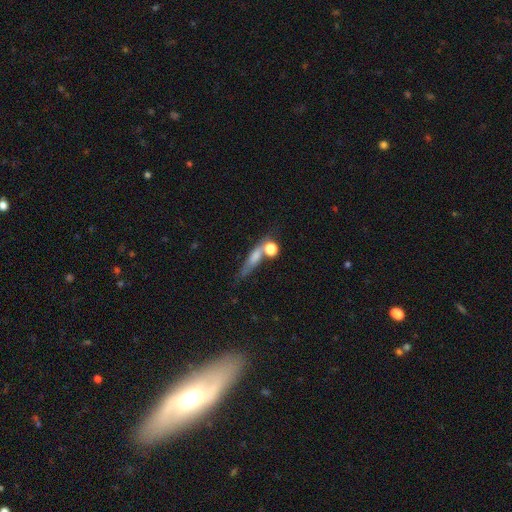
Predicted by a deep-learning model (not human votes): Overall: smooth (46%; featured or disk 37%). Merging: none (55%; merger 18%).